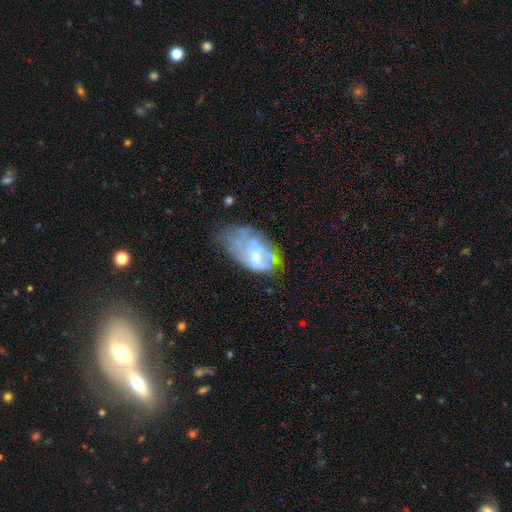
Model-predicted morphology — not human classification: Smooth or featured: featured or disk — 61% (smooth — 31%)
Edge-on disk: no — 95% (yes — 5%)
Bar: no — 65% (weak — 30%)
Spiral arms: no — 59% (yes — 41%)
Bulge size: moderate — 45% (small — 39%)
Merging: none — 37% (minor disturbance — 31%)